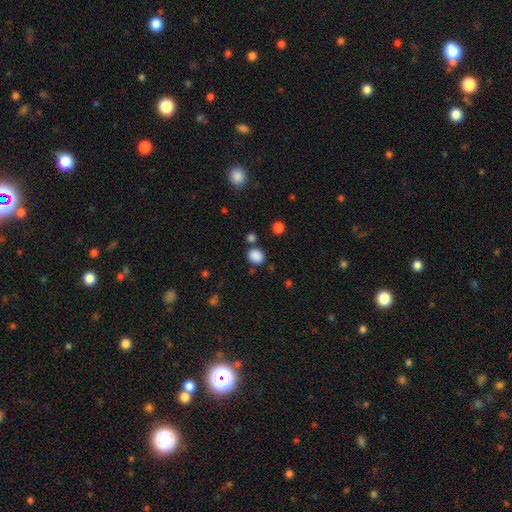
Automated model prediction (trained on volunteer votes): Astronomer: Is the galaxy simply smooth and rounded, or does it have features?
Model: smooth — 86%.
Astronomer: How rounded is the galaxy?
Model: round — 61% (runner-up: in between, 38%).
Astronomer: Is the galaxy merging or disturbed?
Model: none — 77%.